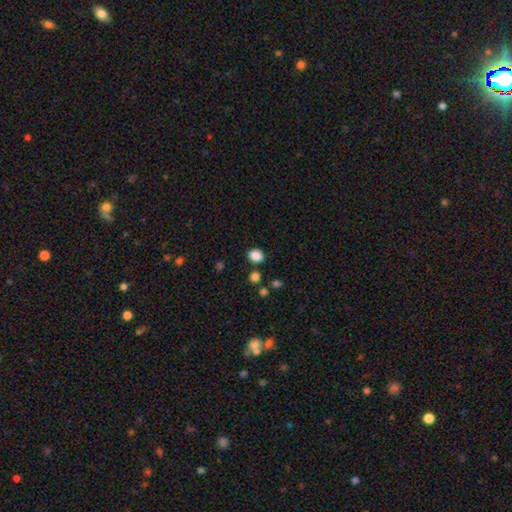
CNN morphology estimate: This appears to be a smooth galaxy with no disk features (86%) that is round (61%). Merging: none (84%).